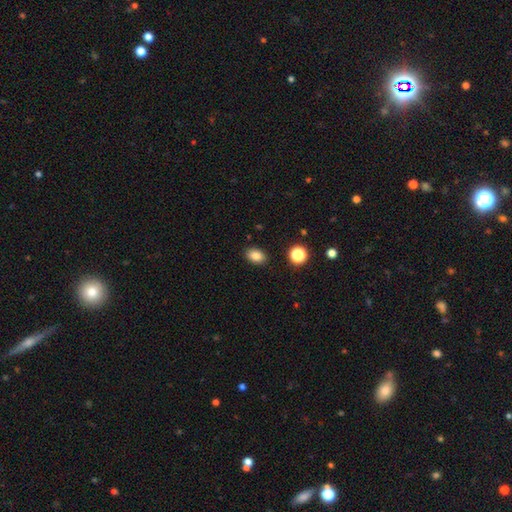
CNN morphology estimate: Smooth or featured: smooth — 84% (star or artifact — 11%)
How rounded: in between — 79% (round — 20%)
Merging: none — 88% (minor disturbance — 8%)